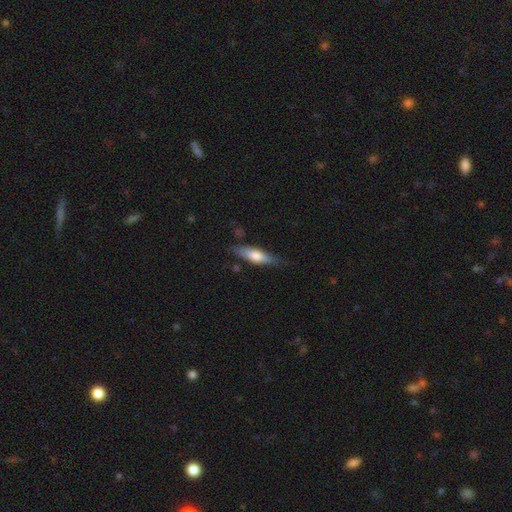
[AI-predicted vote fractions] A smooth galaxy with no disk features (62%) that is cigar-shaped (61%). Merging: none (77%).